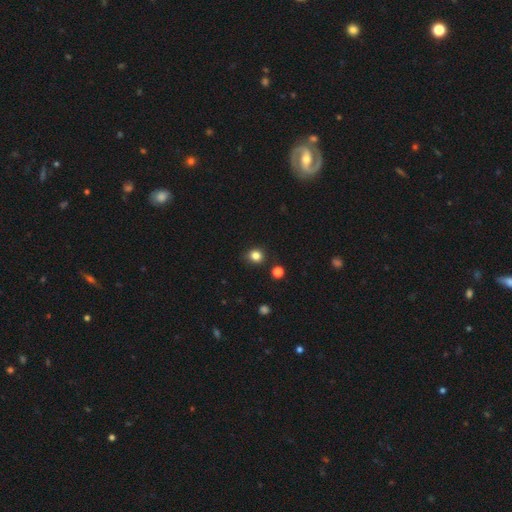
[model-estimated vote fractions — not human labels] A smooth galaxy with no disk features (83%) that is round (82%). Merging: none (87%).